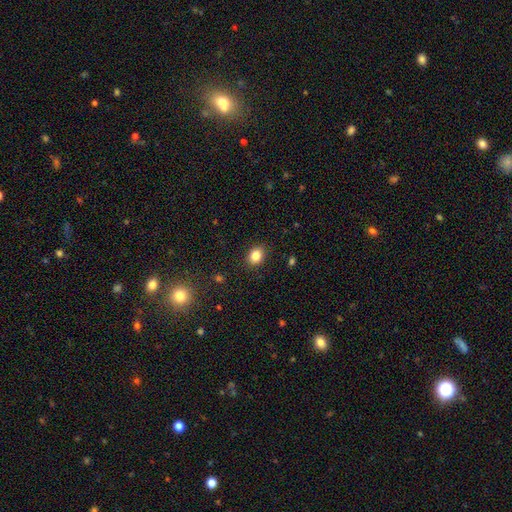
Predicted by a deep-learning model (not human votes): Smooth or featured? Predicted: smooth (p=0.84). How rounded? Predicted: in between (p=0.56). Merging? Predicted: none (p=0.88).